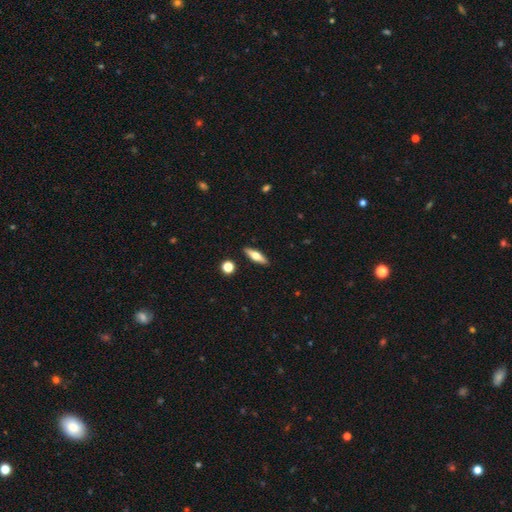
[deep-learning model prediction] Smooth or featured?
  - smooth: 52% *
  - featured or disk: 41%
  - star or artifact: 7%
How rounded?
  - cigar-shaped: 56% *
  - in between: 41%
  - round: 3%
Merging?
  - none: 89% *
  - minor disturbance: 7%
  - merger: 2%
  - major disturbance: 2%